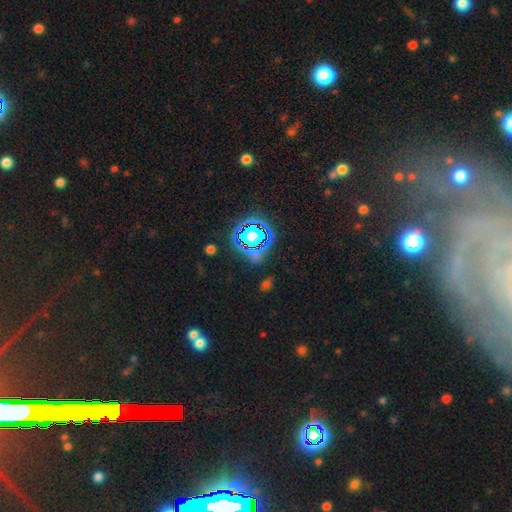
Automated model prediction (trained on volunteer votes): The model was most divided on "smooth or featured": star or artifact: 68%, smooth: 21%, featured or disk: 11%.